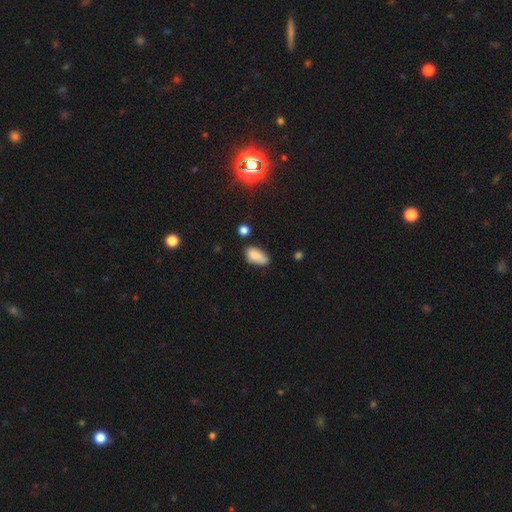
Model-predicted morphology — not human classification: Q: Smooth or featured?
A: smooth (81%); runner-up: featured or disk (10%)
Q: How rounded?
A: in between (90%); runner-up: cigar-shaped (6%)
Q: Merging?
A: none (51%); runner-up: minor disturbance (32%)